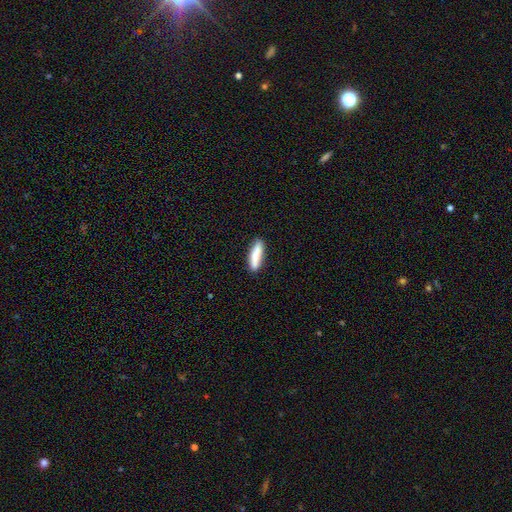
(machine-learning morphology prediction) This appears to be a smooth galaxy with no disk features (82%) that is cigar-shaped (76%). Merging: none (86%).